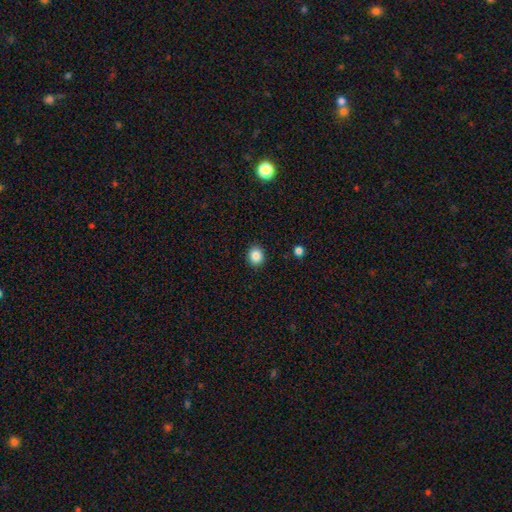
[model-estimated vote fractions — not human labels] Smooth or featured? Predicted: smooth (p=0.85). How rounded? Predicted: round (p=0.73). Merging? Predicted: none (p=0.91).